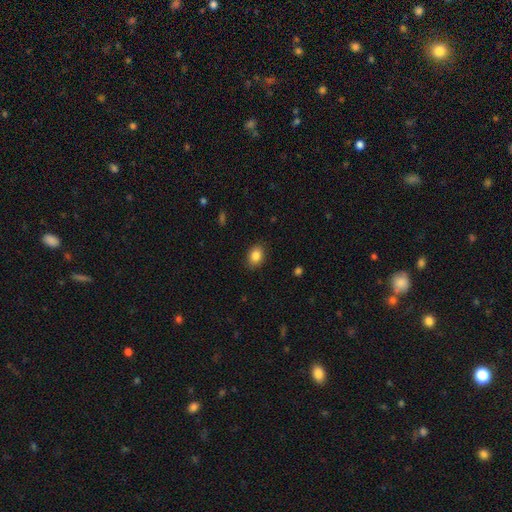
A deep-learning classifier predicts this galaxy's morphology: The model was most divided on "how rounded": in between: 67%, round: 32%, cigar-shaped: 1%. More confident: merging — none (87%); smooth or featured — smooth (86%).